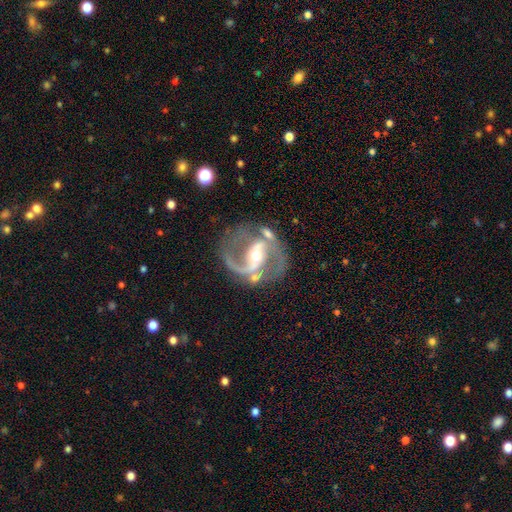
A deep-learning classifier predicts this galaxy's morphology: Q: Smooth or featured?
A: featured or disk (90%); runner-up: star or artifact (6%)
Q: Edge-on disk?
A: no (97%); runner-up: yes (3%)
Q: Bar?
A: strong (41%); runner-up: weak (37%)
Q: Spiral arms?
A: yes (96%); runner-up: no (4%)
Q: Spiral winding?
A: medium (58%); runner-up: loose (28%)
Q: Spiral arm count?
A: 2 (89%); runner-up: 1 (4%)
Q: Bulge size?
A: moderate (62%); runner-up: small (32%)
Q: Merging?
A: none (63%); runner-up: minor disturbance (17%)